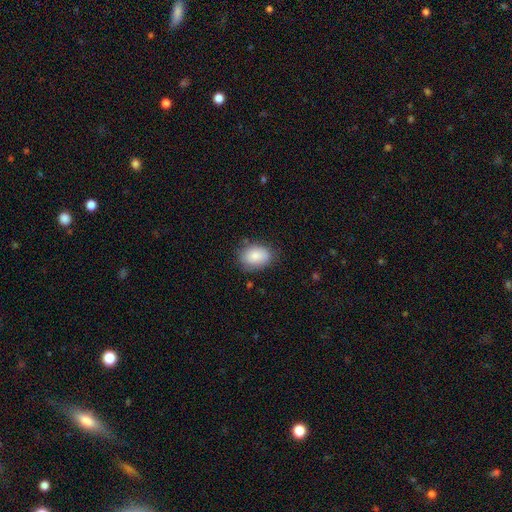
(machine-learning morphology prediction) smooth-or-featured: smooth: 85% | featured or disk: 8% | star or artifact: 7%
  how-rounded: in between: 76% | round: 23% | cigar-shaped: 1%
  merging: none: 75% | minor disturbance: 19% | major disturbance: 4% | merger: 2%